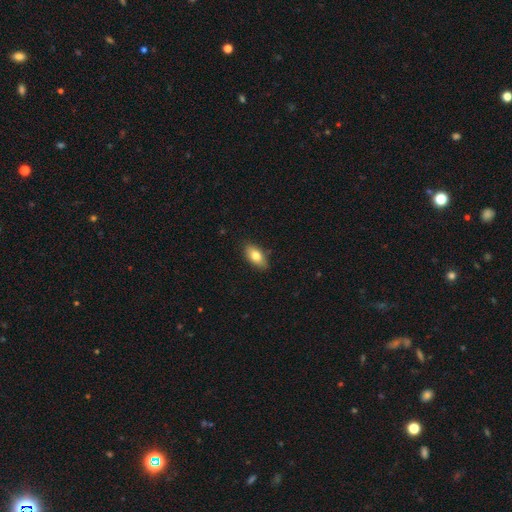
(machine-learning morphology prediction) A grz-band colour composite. It shows a smooth galaxy with no disk features (79%) that is in between round and cigar-shaped (89%). Merging: none (84%).